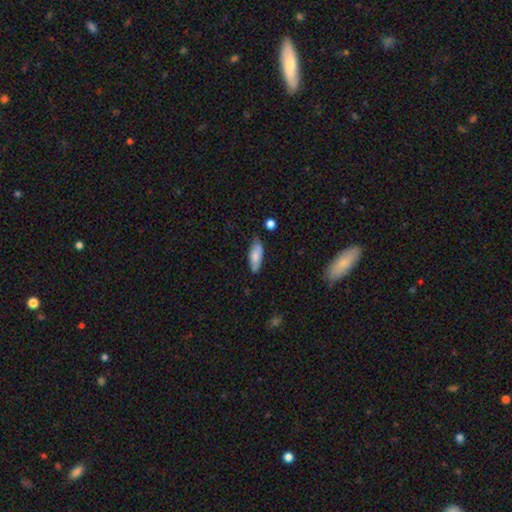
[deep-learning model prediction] This is likely a smooth galaxy (77%). How rounded: likely in between (73%). Merging: likely none (72%).